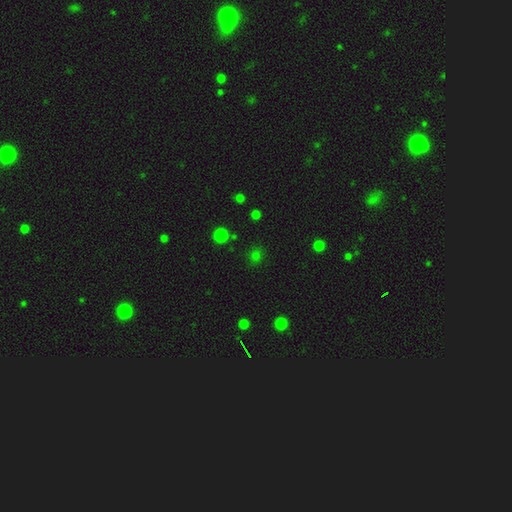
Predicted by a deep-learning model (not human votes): This is likely a smooth galaxy (68%). How rounded: clearly round (86%). Merging: clearly none (85%).